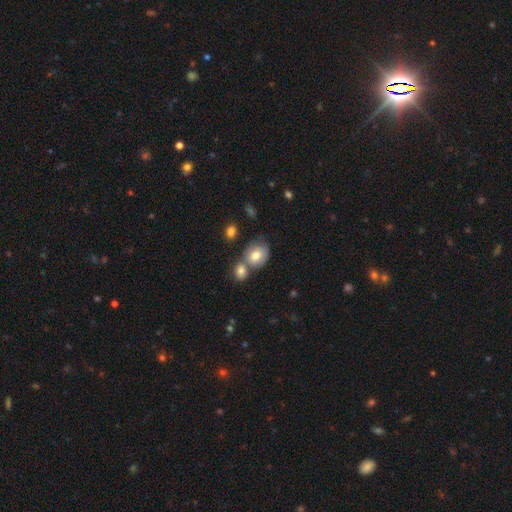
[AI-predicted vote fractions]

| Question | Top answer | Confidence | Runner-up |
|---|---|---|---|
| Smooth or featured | smooth | 76% | featured or disk (16%) |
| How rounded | in between | 54% | round (45%) |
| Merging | none | 43% | merger (40%) |